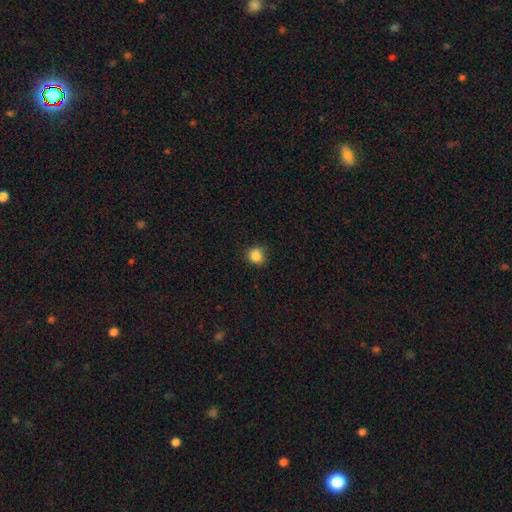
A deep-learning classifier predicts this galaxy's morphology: Smooth or featured?
  - smooth: 86% *
  - star or artifact: 11%
  - featured or disk: 3%
How rounded?
  - round: 81% *
  - in between: 19%
  - cigar-shaped: 1%
Merging?
  - none: 81% *
  - minor disturbance: 15%
  - major disturbance: 3%
  - merger: 1%